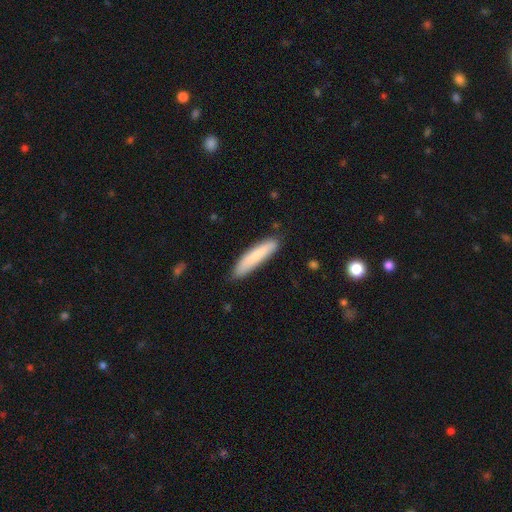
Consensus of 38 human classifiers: Smooth or featured?
  - smooth: 92% *
  - featured or disk: 8%
  - star or artifact: 0%
How rounded?
  - cigar-shaped: 86% *
  - in between: 14%
  - round: 0%
Merging?
  - none: 87% *
  - minor disturbance: 13%
  - major disturbance: 0%
  - merger: 0%